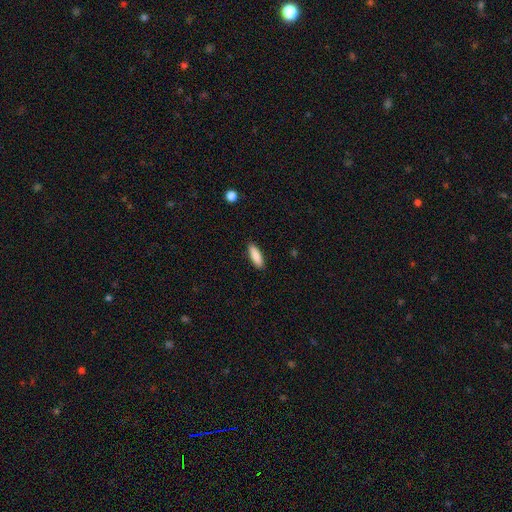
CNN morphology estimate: This appears to be a smooth galaxy with no disk features (88%) that is in between round and cigar-shaped (52%). Merging: none (89%).